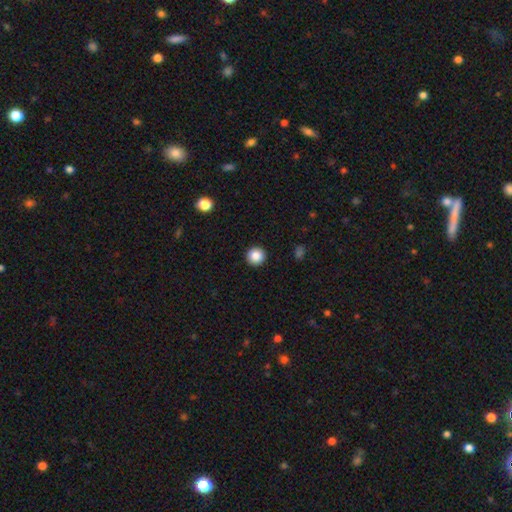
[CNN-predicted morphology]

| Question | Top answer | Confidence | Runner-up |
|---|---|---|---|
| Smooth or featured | smooth | 86% | star or artifact (10%) |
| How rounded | round | 96% | in between (3%) |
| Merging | none | 93% | minor disturbance (5%) |